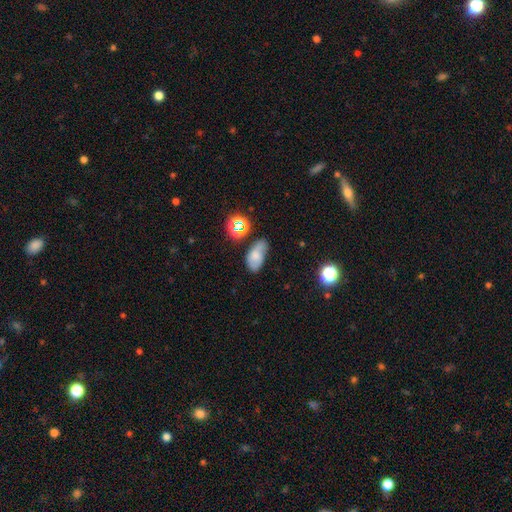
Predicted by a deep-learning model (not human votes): This is possibly a smooth galaxy (59%). How rounded: clearly in between (90%). Merging: possibly none (46%).